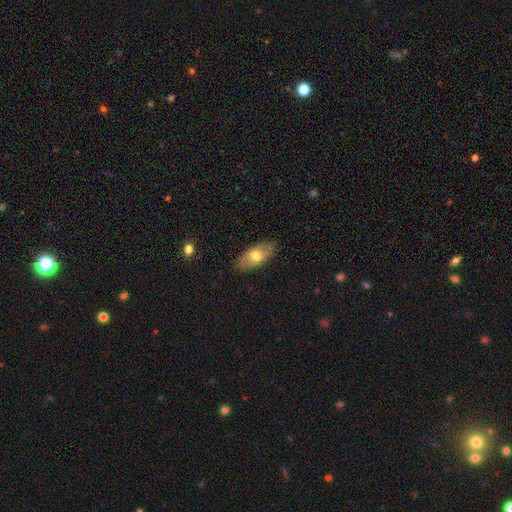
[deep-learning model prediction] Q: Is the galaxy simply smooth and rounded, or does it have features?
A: smooth — 63%.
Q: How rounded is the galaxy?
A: in between — 89%.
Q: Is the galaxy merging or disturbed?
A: none — 84%.